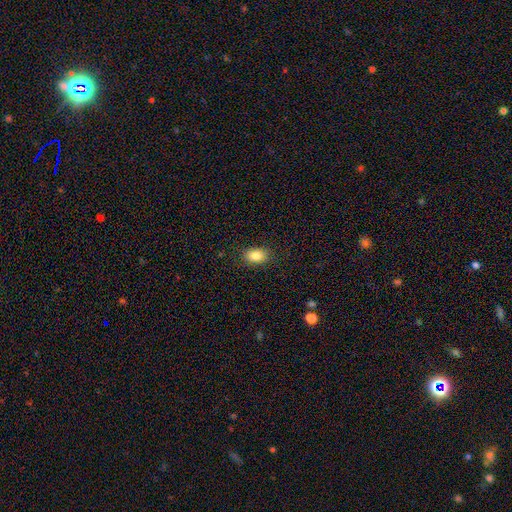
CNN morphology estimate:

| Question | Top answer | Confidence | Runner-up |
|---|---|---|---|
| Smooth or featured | smooth | 85% | star or artifact (9%) |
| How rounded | in between | 82% | round (17%) |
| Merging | none | 88% | minor disturbance (9%) |